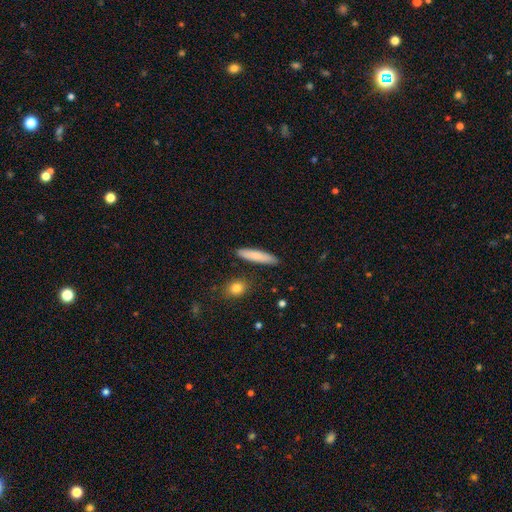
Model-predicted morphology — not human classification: Overall: smooth (81%). How rounded: cigar-shaped (84%). Merging: none (89%).